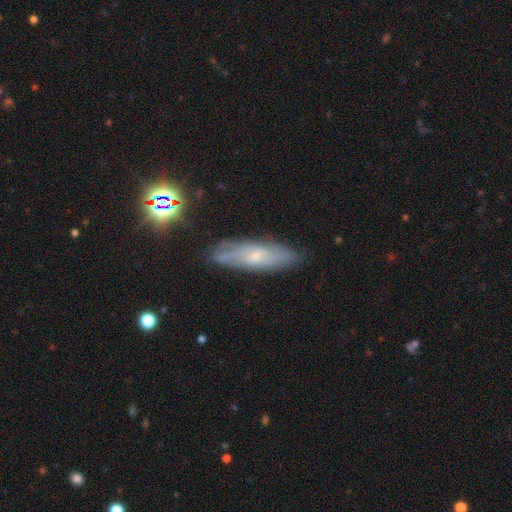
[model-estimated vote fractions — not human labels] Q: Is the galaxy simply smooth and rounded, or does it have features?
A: featured or disk — 54%.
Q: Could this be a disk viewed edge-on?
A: no — 68%.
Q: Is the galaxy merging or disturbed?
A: none — 76%.